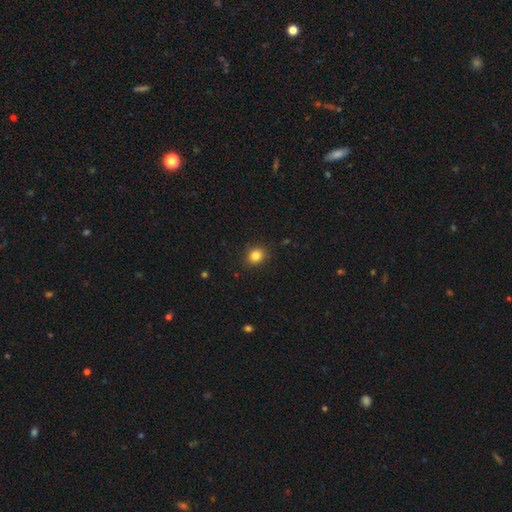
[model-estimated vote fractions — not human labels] This is clearly a smooth galaxy (84%). How rounded: likely round (66%). Merging: clearly none (88%).